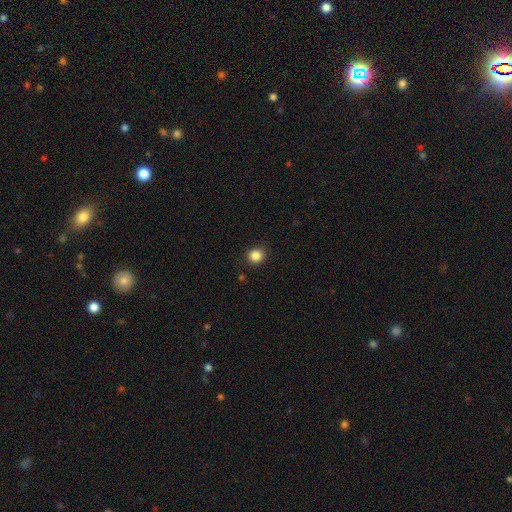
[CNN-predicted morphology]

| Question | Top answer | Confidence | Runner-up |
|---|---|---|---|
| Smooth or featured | smooth | 86% | star or artifact (11%) |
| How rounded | round | 88% | in between (11%) |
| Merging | none | 90% | minor disturbance (7%) |